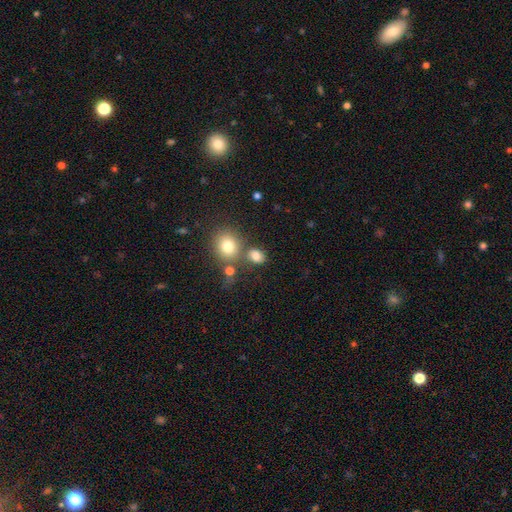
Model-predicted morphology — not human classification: Overall: smooth (79%). How rounded: in between (53%; round 46%). Merging: none (64%).